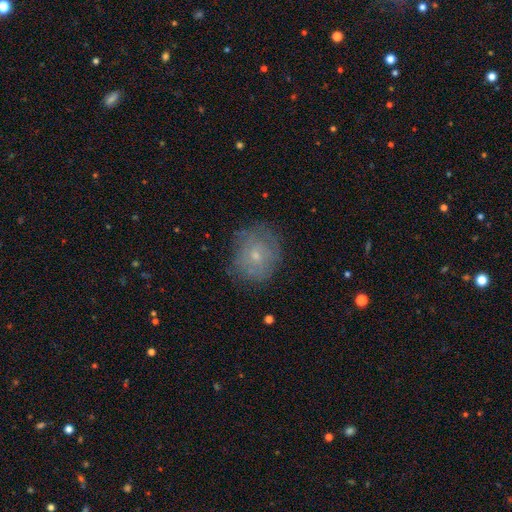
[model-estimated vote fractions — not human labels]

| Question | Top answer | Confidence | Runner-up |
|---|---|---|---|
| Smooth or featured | smooth | 54% | featured or disk (35%) |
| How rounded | round | 74% | in between (25%) |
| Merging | none | 71% | minor disturbance (20%) |